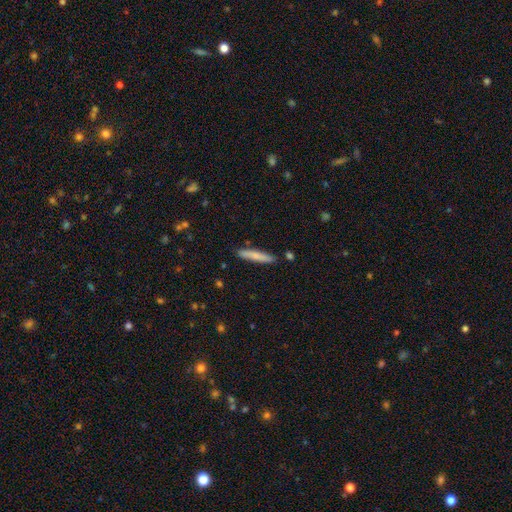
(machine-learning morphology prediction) Overall: smooth (75%). How rounded: cigar-shaped (92%). Merging: none (86%).